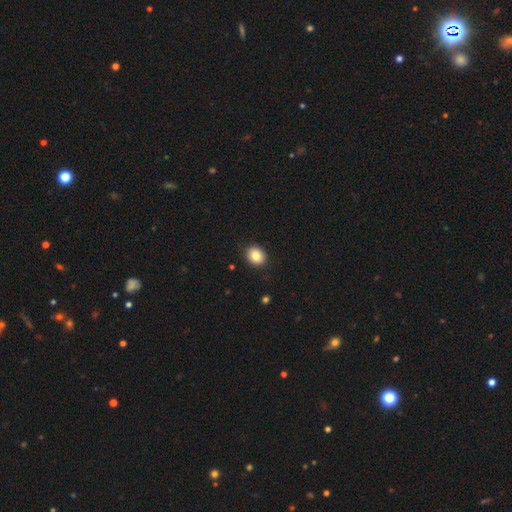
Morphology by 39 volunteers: Overall: smooth (77%). How rounded: round (63%; in between 37%). Merging: none (78%).